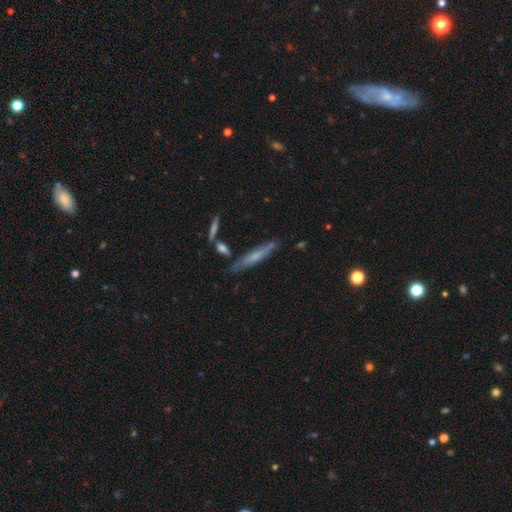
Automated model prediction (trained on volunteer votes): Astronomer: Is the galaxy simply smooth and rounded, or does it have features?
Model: smooth — 49% (runner-up: featured or disk, 44%).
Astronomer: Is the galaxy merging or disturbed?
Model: none — 75%.